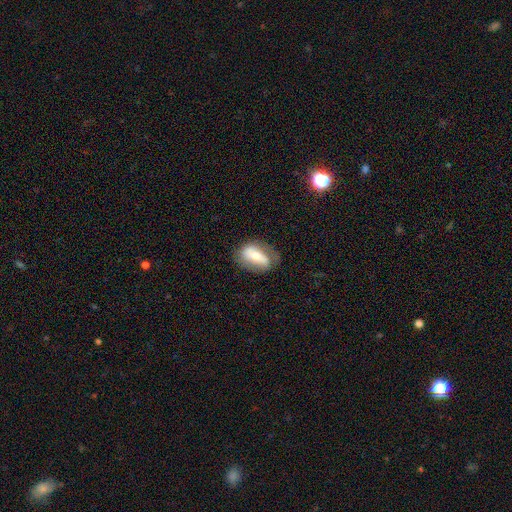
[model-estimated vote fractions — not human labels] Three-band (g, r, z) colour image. It shows a smooth galaxy with no disk features (47%). Merging: none (65%).